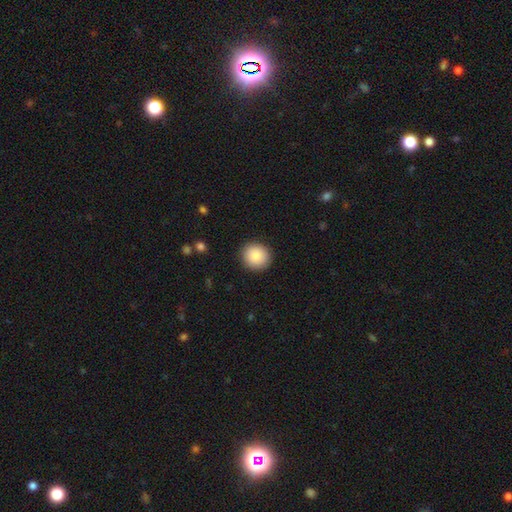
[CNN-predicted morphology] Smooth or featured?
  - smooth: 85% *
  - star or artifact: 8%
  - featured or disk: 7%
How rounded?
  - round: 90% *
  - in between: 9%
  - cigar-shaped: 1%
Merging?
  - none: 91% *
  - minor disturbance: 6%
  - major disturbance: 2%
  - merger: 1%